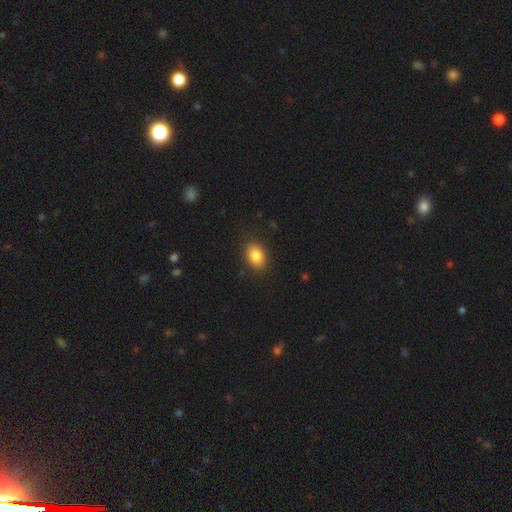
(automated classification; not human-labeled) Smooth or featured?
  - smooth: 85% *
  - star or artifact: 9%
  - featured or disk: 6%
How rounded?
  - in between: 77% *
  - round: 22%
  - cigar-shaped: 1%
Merging?
  - none: 86% *
  - minor disturbance: 10%
  - major disturbance: 3%
  - merger: 1%